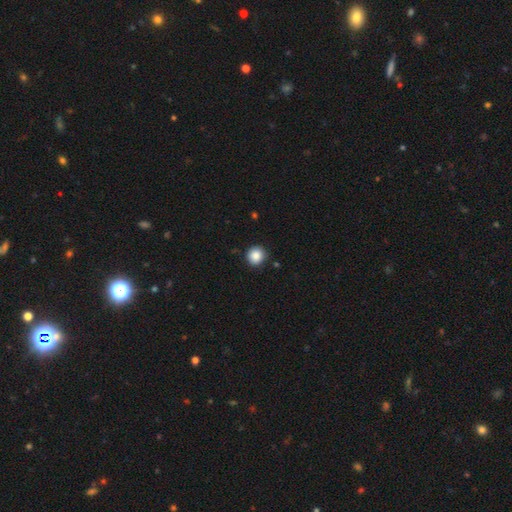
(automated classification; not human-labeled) The model was most divided on "smooth or featured": smooth: 87%, star or artifact: 9%, featured or disk: 3%. More confident: how rounded — round (93%); merging — none (90%).